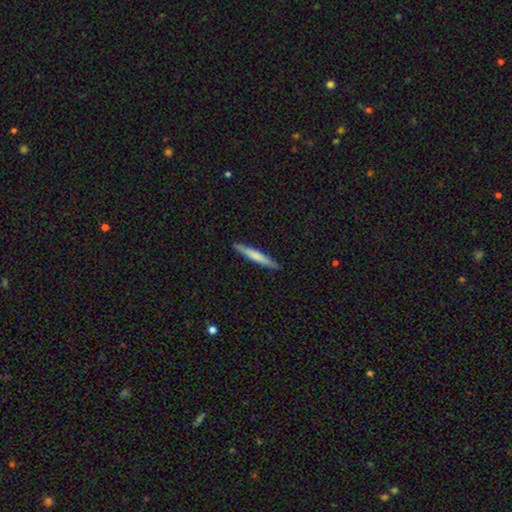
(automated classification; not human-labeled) This is likely a smooth galaxy (64%). How rounded: clearly cigar-shaped (95%). Merging: clearly none (90%).